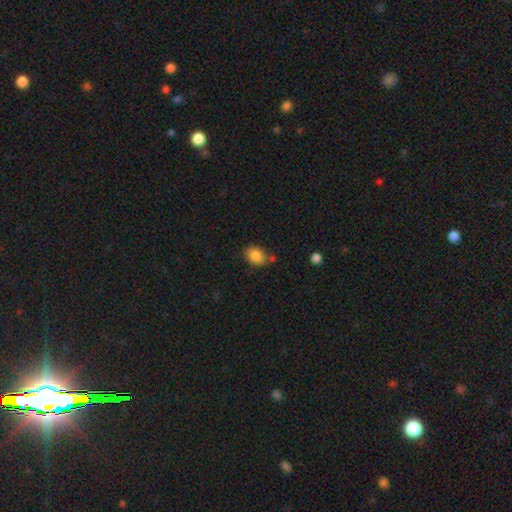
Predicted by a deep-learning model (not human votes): smooth_or_featured: smooth (p=0.85) [alt: star or artifact p=0.08]
how_rounded: in between (p=0.67) [alt: round p=0.32]
merging: none (p=0.70) [alt: minor disturbance p=0.17]